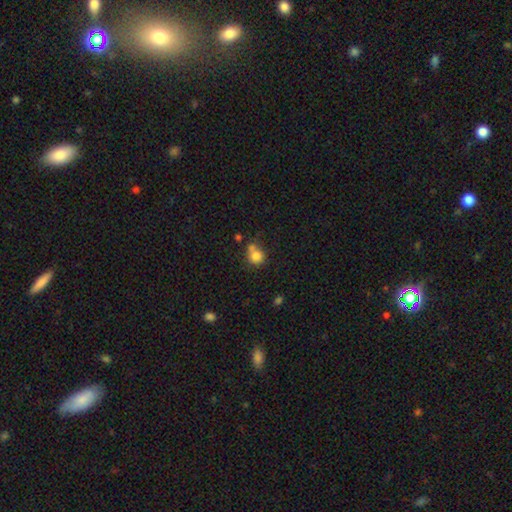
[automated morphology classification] Smooth or featured: smooth — 80% (star or artifact — 11%)
How rounded: round — 82% (in between — 17%)
Merging: none — 45% (merger — 34%)